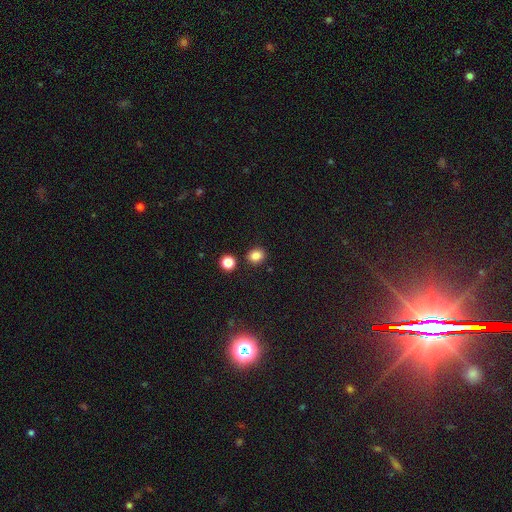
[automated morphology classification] Smooth or featured: smooth — 83% (star or artifact — 12%)
How rounded: round — 63% (in between — 36%)
Merging: none — 84% (minor disturbance — 8%)